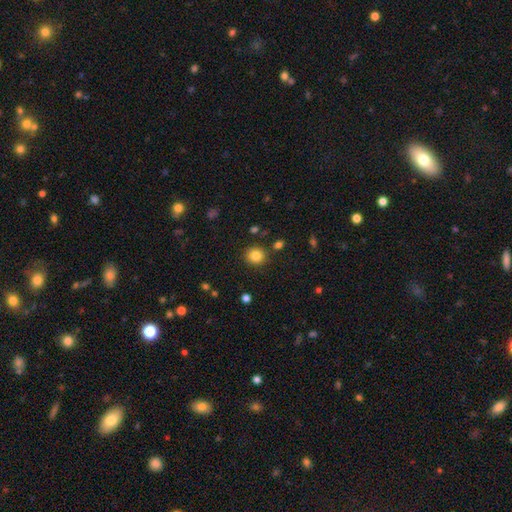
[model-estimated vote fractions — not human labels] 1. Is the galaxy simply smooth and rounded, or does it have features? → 84% smooth, 11% star or artifact, 5% featured or disk.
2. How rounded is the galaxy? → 87% round, 12% in between, 1% cigar-shaped.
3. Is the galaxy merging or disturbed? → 87% none, 7% minor disturbance, 3% merger, 3% major disturbance.